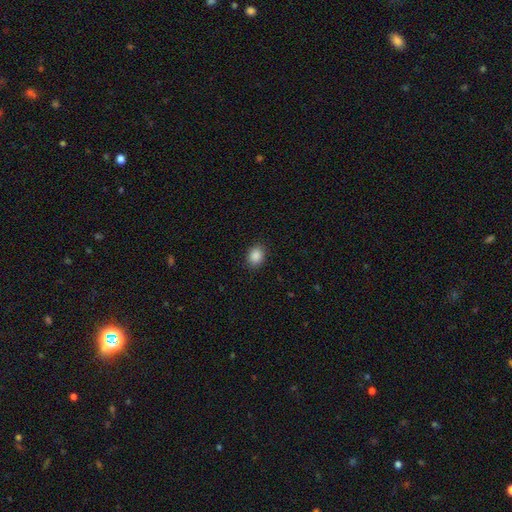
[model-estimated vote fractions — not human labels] A smooth galaxy with no disk features (88%) that is in between round and cigar-shaped (50%).

Vote fractions:
- Smooth or featured? smooth: 88% / star or artifact: 9% / featured or disk: 3%
- How rounded? in between: 50% / round: 49% / cigar-shaped: 1%
- Merging? none: 89% / minor disturbance: 8% / major disturbance: 2% / merger: 1%